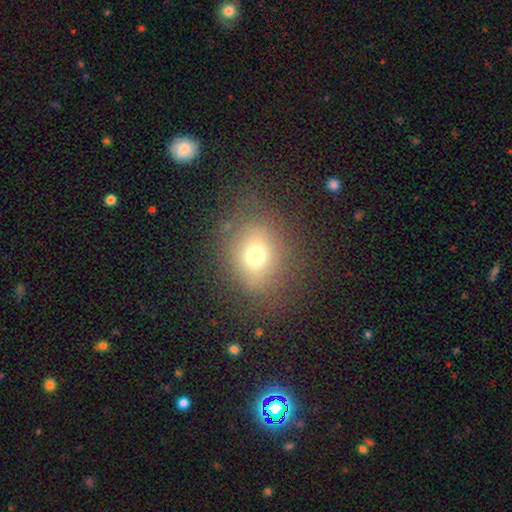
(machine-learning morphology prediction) The model was most divided on "how rounded": round: 65%, in between: 34%, cigar-shaped: 1%. More confident: merging — none (77%); smooth or featured — smooth (69%).